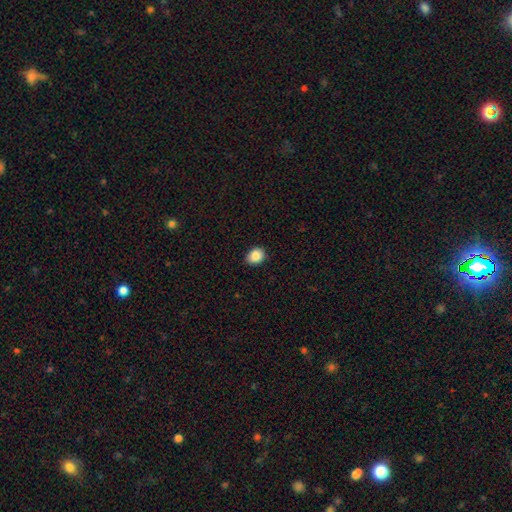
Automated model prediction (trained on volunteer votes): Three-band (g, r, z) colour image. It shows a smooth galaxy with no disk features (87%) that is in between round and cigar-shaped (50%). Merging: none (88%).